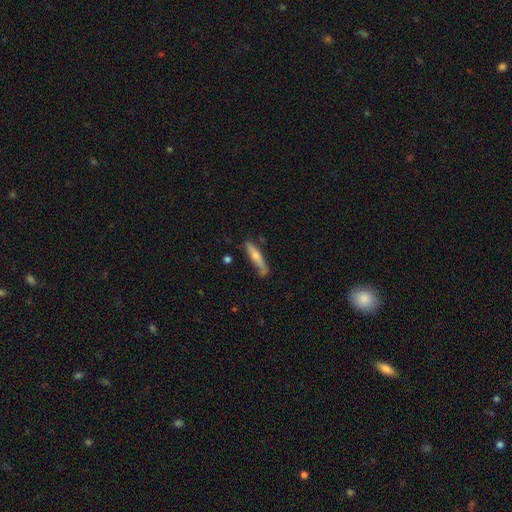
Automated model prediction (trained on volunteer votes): smooth-or-featured: smooth: 59% | featured or disk: 35% | star or artifact: 6%
  how-rounded: cigar-shaped: 85% | in between: 13% | round: 2%
  merging: none: 66% | minor disturbance: 23% | merger: 5% | major disturbance: 5%